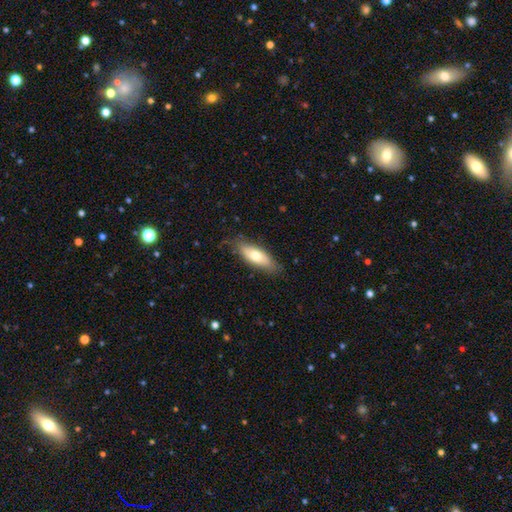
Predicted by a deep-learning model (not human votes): Smooth or featured? Predicted: smooth (p=0.67). How rounded? Predicted: in between (p=0.67). Merging? Predicted: none (p=0.78).